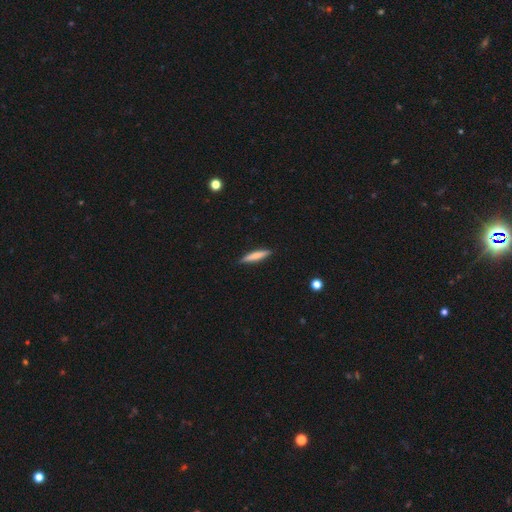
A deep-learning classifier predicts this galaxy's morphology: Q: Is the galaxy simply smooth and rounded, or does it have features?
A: smooth — 70%.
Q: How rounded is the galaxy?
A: cigar-shaped — 90%.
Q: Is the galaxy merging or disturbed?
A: none — 90%.